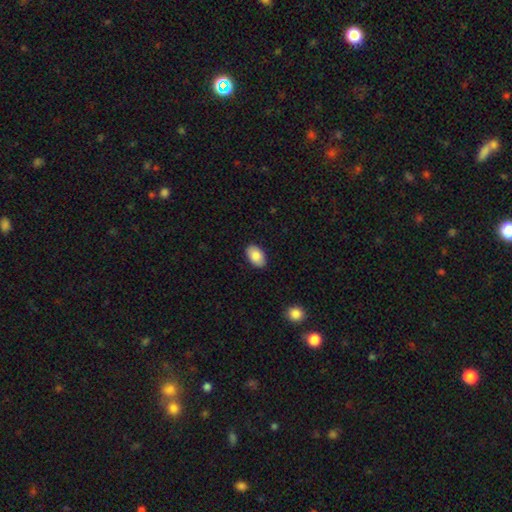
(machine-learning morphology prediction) This is clearly a smooth galaxy (86%). How rounded: clearly in between (92%). Merging: clearly none (88%).